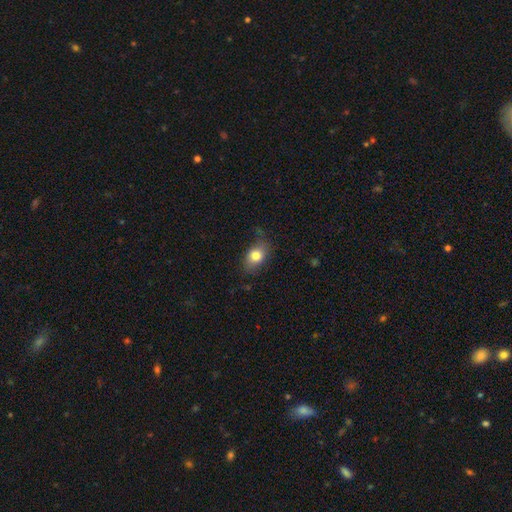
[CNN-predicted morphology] smooth-or-featured: smooth: 80% | featured or disk: 11% | star or artifact: 9%
  how-rounded: in between: 77% | round: 21% | cigar-shaped: 2%
  merging: none: 70% | minor disturbance: 22% | major disturbance: 7% | merger: 2%